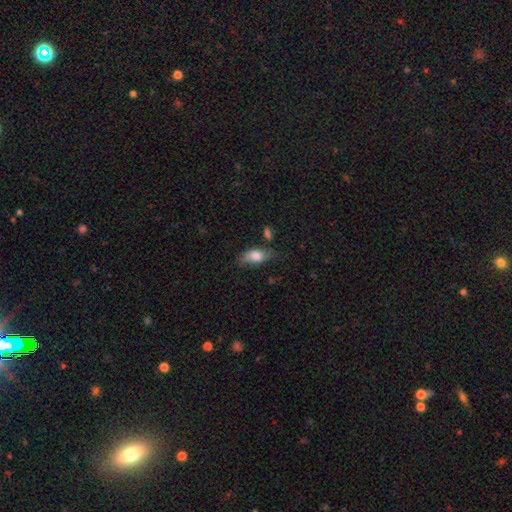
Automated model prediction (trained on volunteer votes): A smooth galaxy with no disk features (79%) that is in between round and cigar-shaped (86%). Merging: none (62%).